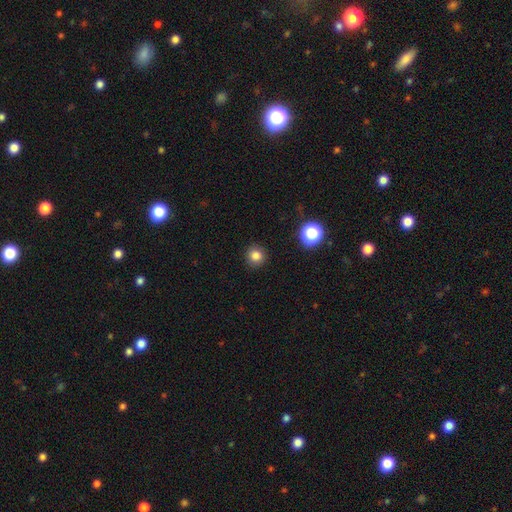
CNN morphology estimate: This appears to be a smooth galaxy with no disk features (82%) that is round (93%). Merging: none (91%).